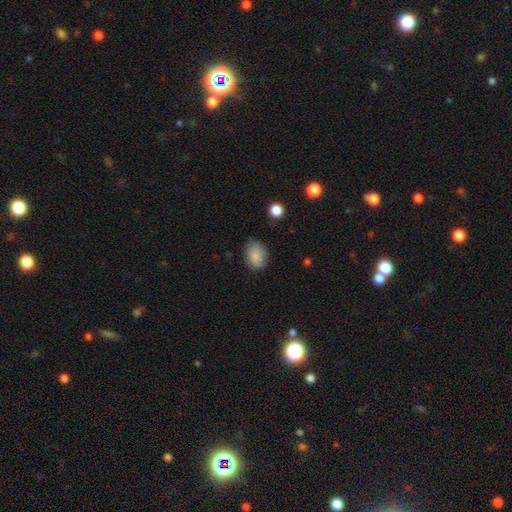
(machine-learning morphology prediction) This appears to be a smooth galaxy with no disk features (86%) that is in between round and cigar-shaped (67%). Merging: none (75%).